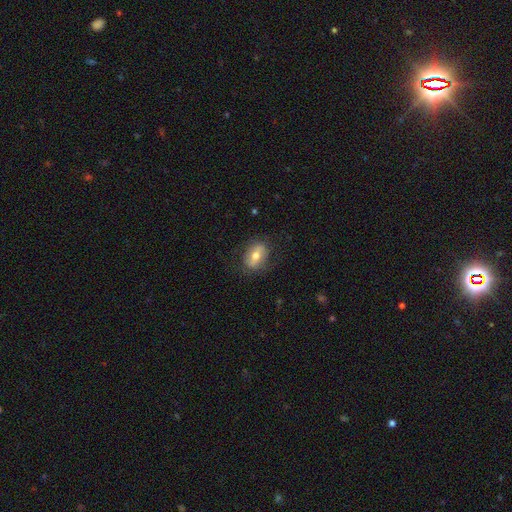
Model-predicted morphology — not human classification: Smooth or featured: smooth — 54% (featured or disk — 38%)
How rounded: in between — 71% (round — 27%)
Merging: none — 78% (minor disturbance — 15%)